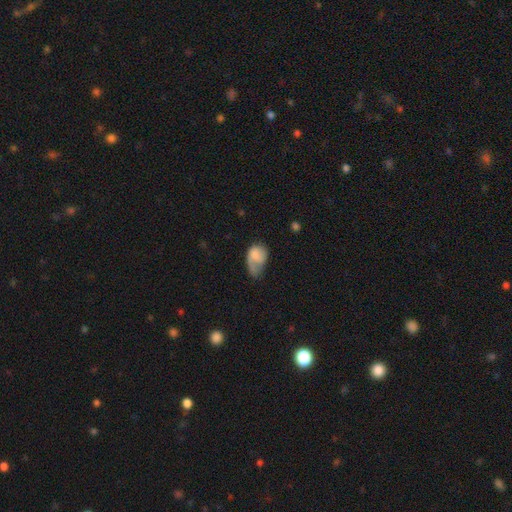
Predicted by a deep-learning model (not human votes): Smooth or featured? Predicted: smooth (p=0.60). How rounded? Predicted: in between (p=0.82). Merging? Predicted: major disturbance (p=0.40).